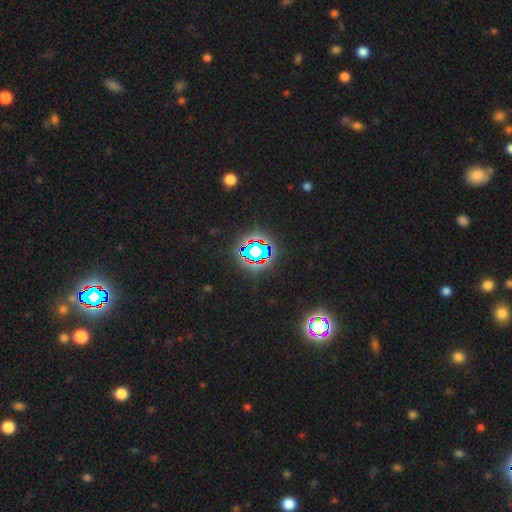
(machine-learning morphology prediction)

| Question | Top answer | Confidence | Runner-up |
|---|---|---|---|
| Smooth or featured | star or artifact | 75% | smooth (15%) |